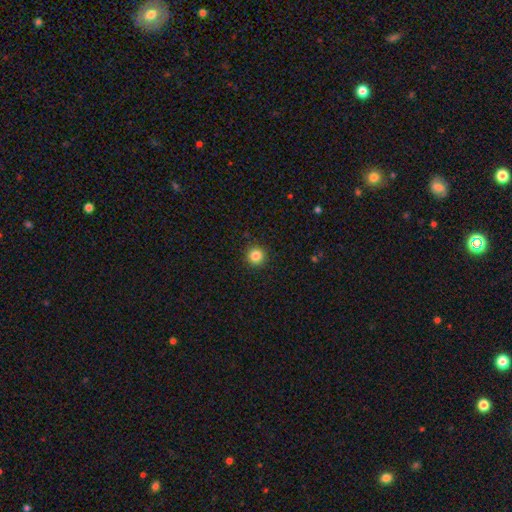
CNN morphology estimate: The model was most divided on "smooth or featured": smooth: 85%, star or artifact: 11%, featured or disk: 4%. More confident: how rounded — round (95%); merging — none (92%).